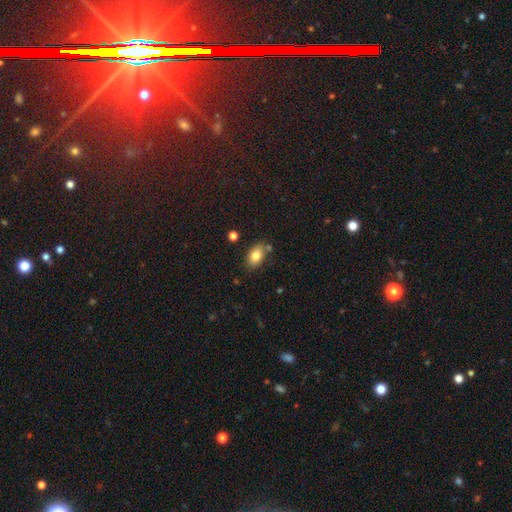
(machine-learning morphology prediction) Smooth or featured? smooth (82%)
How rounded? in between (89%)
Merging? none (76%)